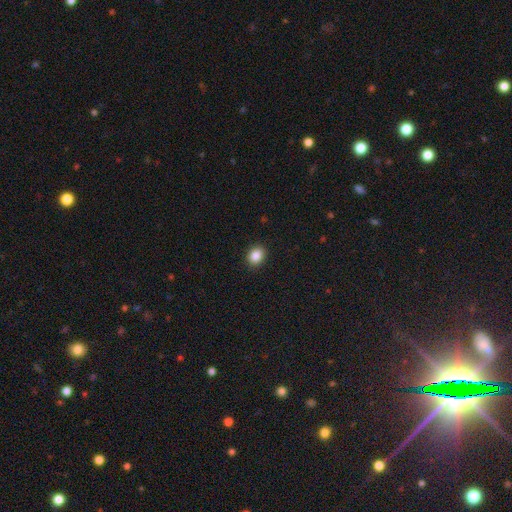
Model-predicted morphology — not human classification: A smooth galaxy with no disk features (87%) that is round (52%). Merging: none (89%).